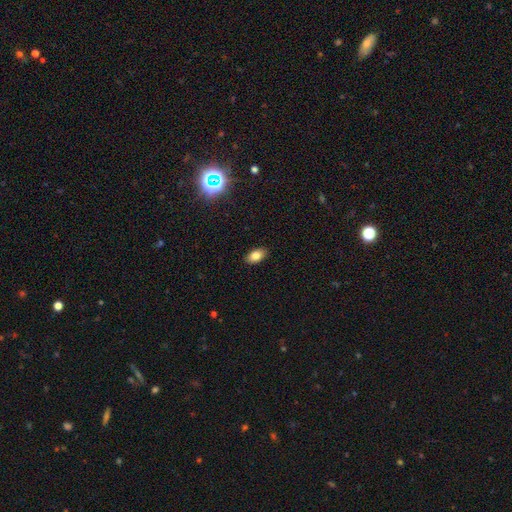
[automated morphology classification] Overall: smooth (81%). How rounded: in between (92%). Merging: none (89%).